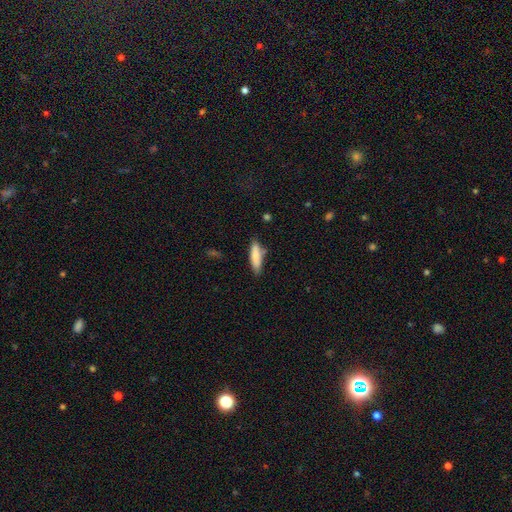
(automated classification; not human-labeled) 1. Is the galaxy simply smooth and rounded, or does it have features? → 80% smooth, 14% featured or disk, 6% star or artifact.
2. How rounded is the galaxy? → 66% cigar-shaped, 32% in between, 2% round.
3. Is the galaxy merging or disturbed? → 74% none, 18% minor disturbance, 5% merger, 3% major disturbance.